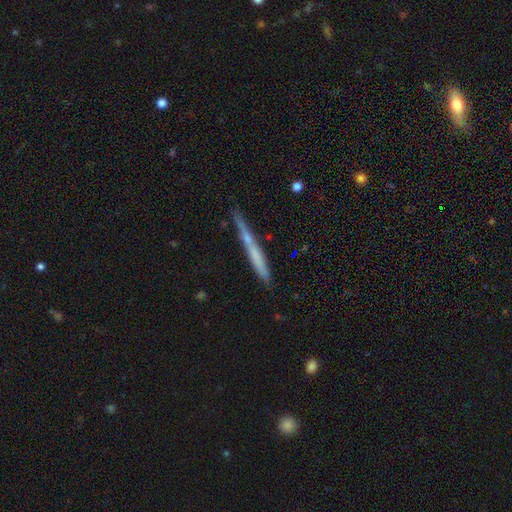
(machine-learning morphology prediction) Smooth or featured: smooth — 49% (featured or disk — 44%)
Merging: none — 76% (minor disturbance — 16%)